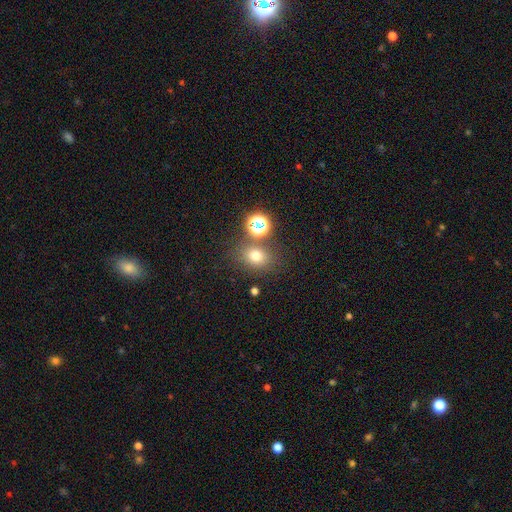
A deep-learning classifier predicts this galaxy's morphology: type=smooth (71%); roundness=round (54%); merging=none (72%).